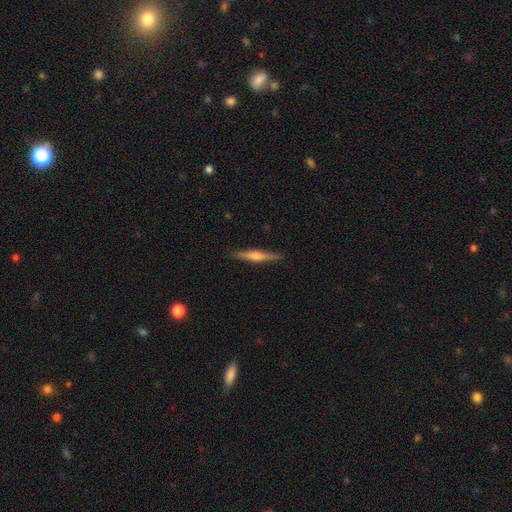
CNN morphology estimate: This is likely a featured or disk galaxy (62%). It is clearly viewed edge-on (97%). Edge-on bulge: clearly rounded (84%). Merging: clearly none (91%).